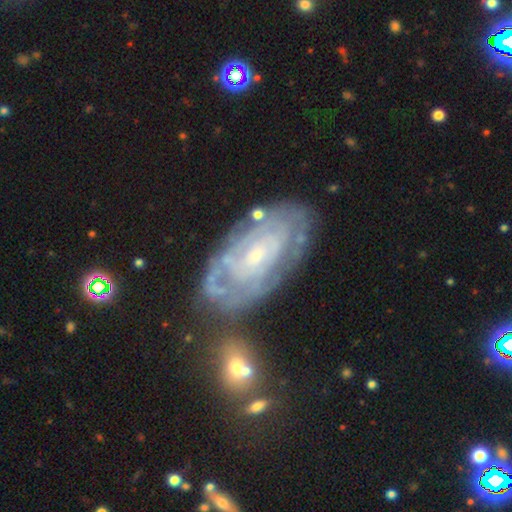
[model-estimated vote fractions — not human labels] This is likely a featured or disk galaxy (79%). It is clearly not viewed edge-on (94%). Bar: likely no (73%). Spiral arm pattern: clearly yes (81%). Spiral arm count: likely can't tell (61%). Spiral winding: likely tight (76%). Central bulge: likely small (77%). Merging: likely none (64%).